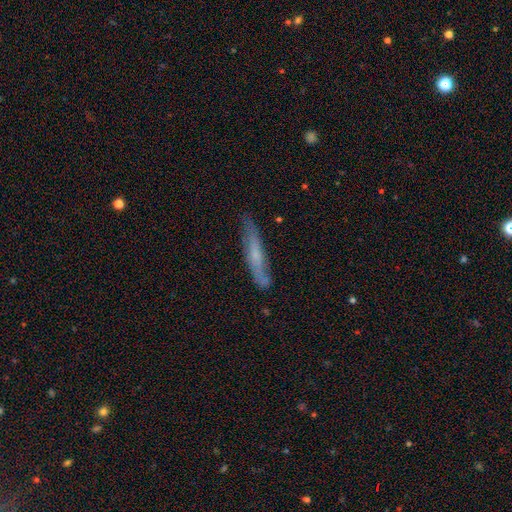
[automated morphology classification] Overall: featured or disk (52%; smooth 41%). Edge-on disk: yes (69%; no 31%). Merging: none (74%).